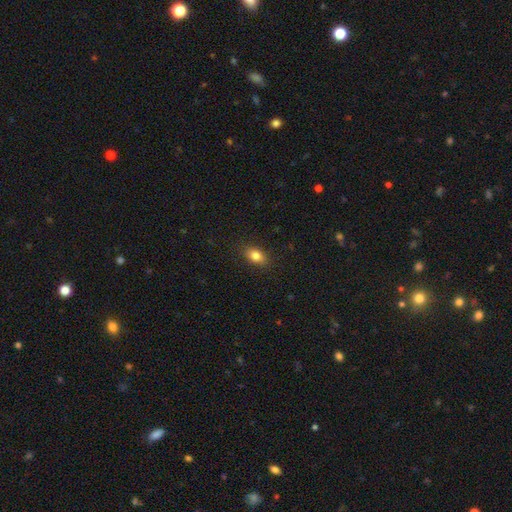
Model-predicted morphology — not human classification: Smooth or featured?
  - smooth: 83% *
  - star or artifact: 9%
  - featured or disk: 7%
How rounded?
  - in between: 83% *
  - round: 14%
  - cigar-shaped: 4%
Merging?
  - none: 87% *
  - minor disturbance: 9%
  - major disturbance: 2%
  - merger: 1%